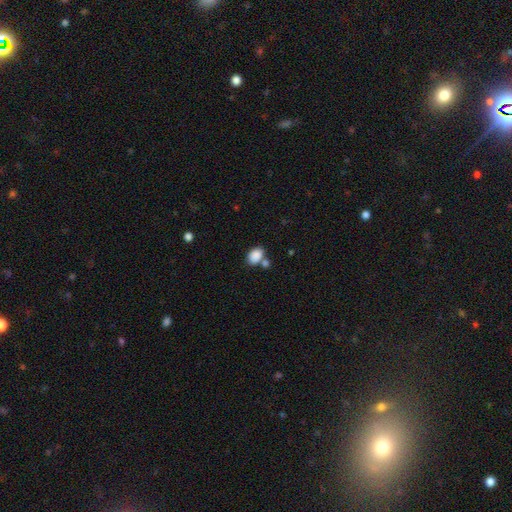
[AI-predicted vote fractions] The model was most divided on "merging": none: 53%, merger: 31%, minor disturbance: 12%, major disturbance: 4%. More confident: smooth or featured — smooth (87%); how rounded — in between (81%).